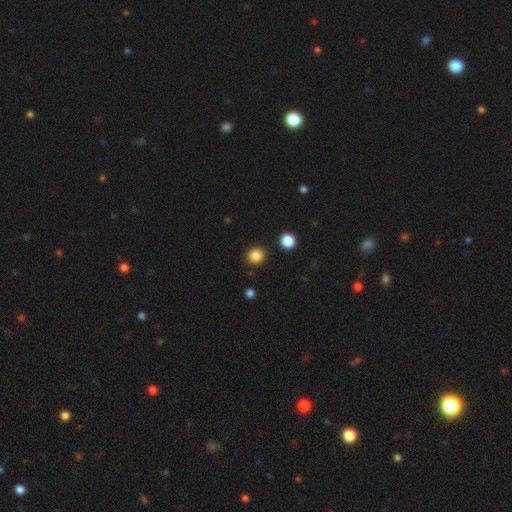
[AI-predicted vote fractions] Smooth or featured? Predicted: smooth (p=0.86). How rounded? Predicted: round (p=0.85). Merging? Predicted: none (p=0.89).